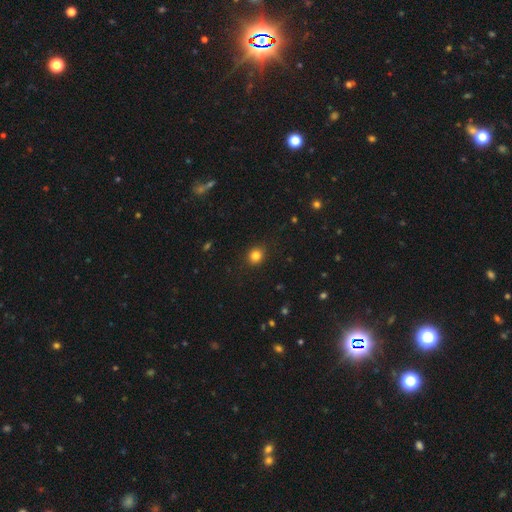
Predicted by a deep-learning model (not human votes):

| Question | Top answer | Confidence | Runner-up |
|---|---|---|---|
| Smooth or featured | smooth | 82% | star or artifact (12%) |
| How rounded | round | 76% | in between (23%) |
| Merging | none | 88% | minor disturbance (8%) |